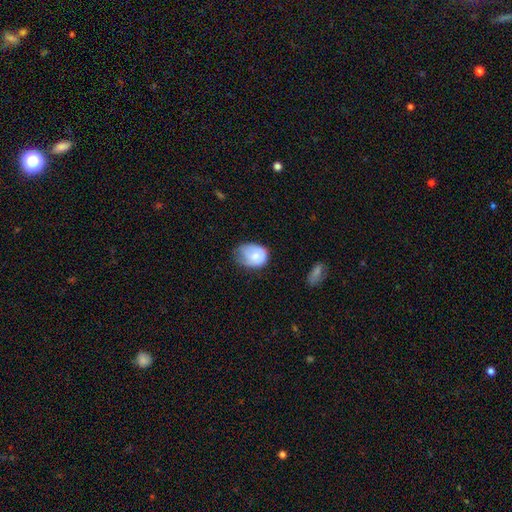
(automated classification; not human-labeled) Smooth or featured? Predicted: smooth (p=0.68). How rounded? Predicted: in between (p=0.61). Merging? Predicted: minor disturbance (p=0.45).